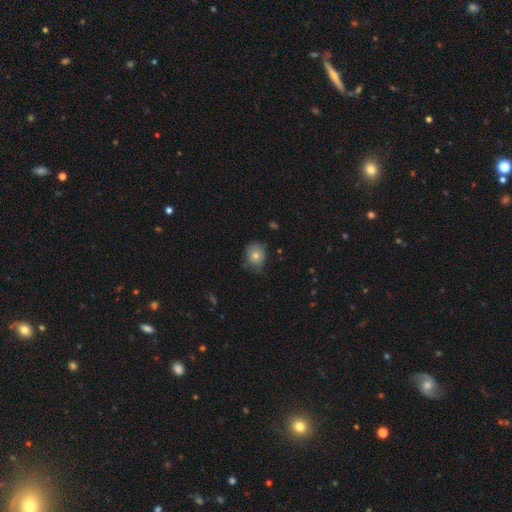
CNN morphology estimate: Smooth or featured? Predicted: smooth (p=0.73). How rounded? Predicted: round (p=0.72). Merging? Predicted: none (p=0.64).